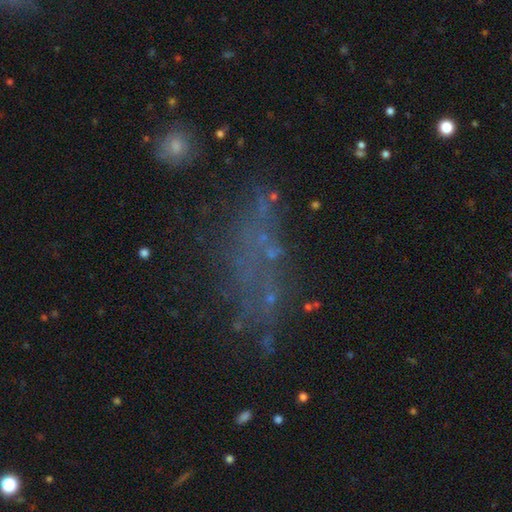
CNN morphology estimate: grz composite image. It shows a star or artifact, not a galaxy (35%).